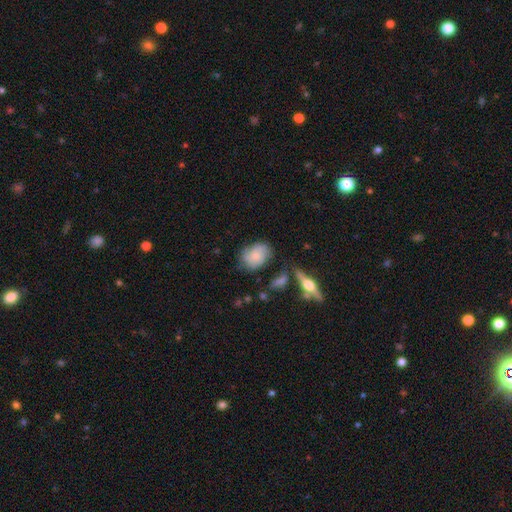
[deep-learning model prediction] This is likely a smooth galaxy (70%). How rounded: likely in between (70%). Merging: likely none (62%).